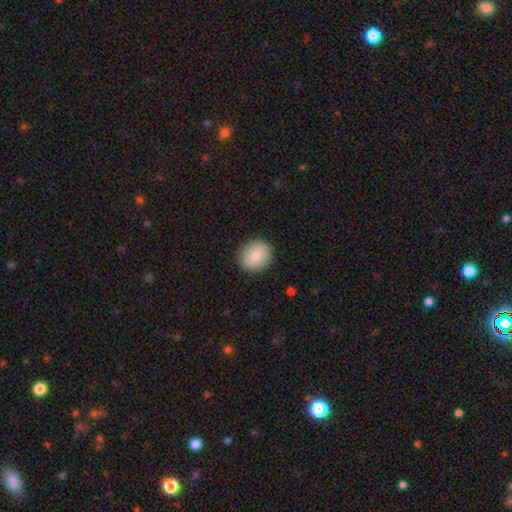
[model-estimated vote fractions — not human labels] Overall: smooth (83%). How rounded: round (77%). Merging: none (90%).